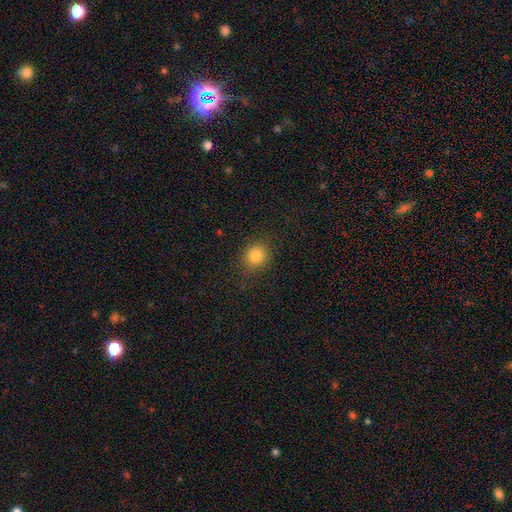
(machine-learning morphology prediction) smooth_or_featured: smooth (p=0.83) [alt: star or artifact p=0.12]
how_rounded: round (p=0.78) [alt: in between p=0.21]
merging: none (p=0.86) [alt: minor disturbance p=0.10]